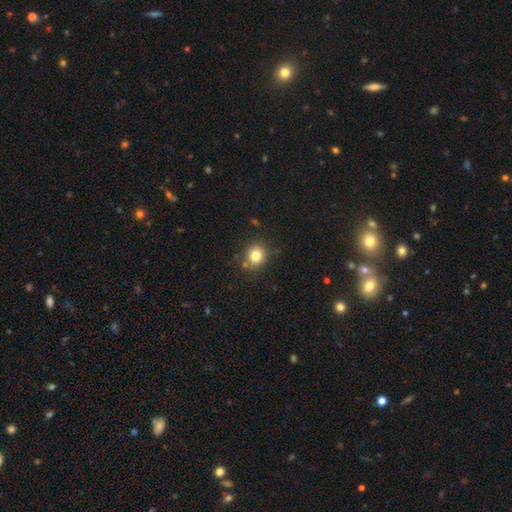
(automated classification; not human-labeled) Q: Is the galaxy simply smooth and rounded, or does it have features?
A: smooth — 80%.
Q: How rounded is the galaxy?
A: round — 78%.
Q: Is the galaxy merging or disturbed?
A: none — 82%.